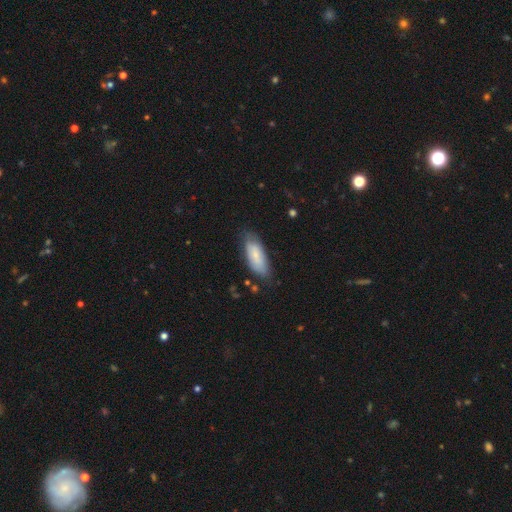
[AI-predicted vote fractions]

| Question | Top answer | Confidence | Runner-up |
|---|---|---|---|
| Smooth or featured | smooth | 74% | featured or disk (20%) |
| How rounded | in between | 79% | cigar-shaped (19%) |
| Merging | none | 69% | minor disturbance (24%) |